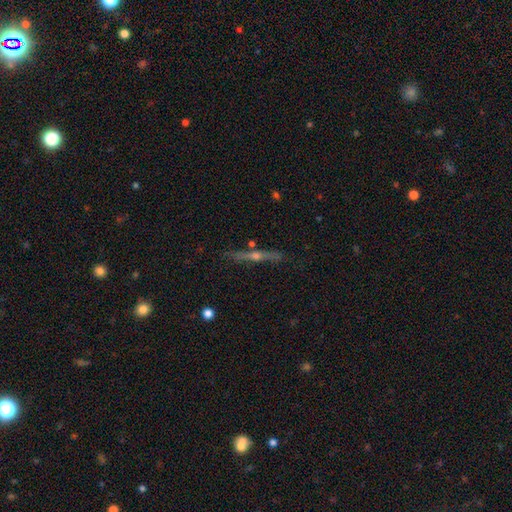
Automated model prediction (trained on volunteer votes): Smooth or featured? featured or disk (78%)
Edge-on disk? yes (97%)
Edge-on bulge? rounded (88%)
Merging? none (85%)